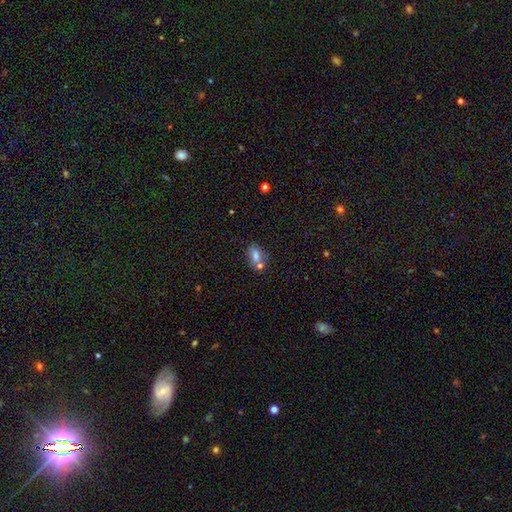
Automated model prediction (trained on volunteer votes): Smooth or featured? Predicted: smooth (p=0.70). How rounded? Predicted: in between (p=0.75). Merging? Predicted: none (p=0.50).